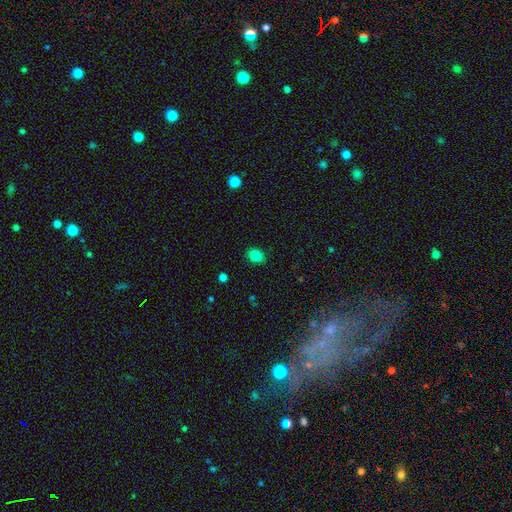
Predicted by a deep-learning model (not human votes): A smooth galaxy with no disk features (84%) that is in between round and cigar-shaped (62%).

Vote fractions:
- Smooth or featured? smooth: 84% / star or artifact: 10% / featured or disk: 6%
- How rounded? in between: 62% / round: 37% / cigar-shaped: 1%
- Merging? none: 87% / minor disturbance: 9% / major disturbance: 2% / merger: 1%